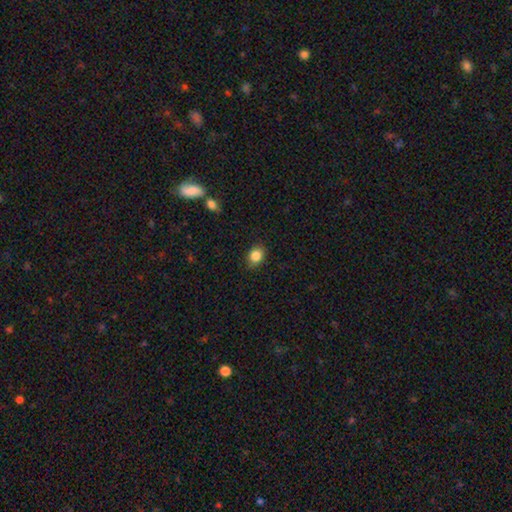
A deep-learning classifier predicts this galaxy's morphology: smooth-or-featured: smooth: 85% | star or artifact: 10% | featured or disk: 5%
  how-rounded: in between: 52% | round: 47% | cigar-shaped: 1%
  merging: none: 87% | minor disturbance: 10% | major disturbance: 2% | merger: 1%